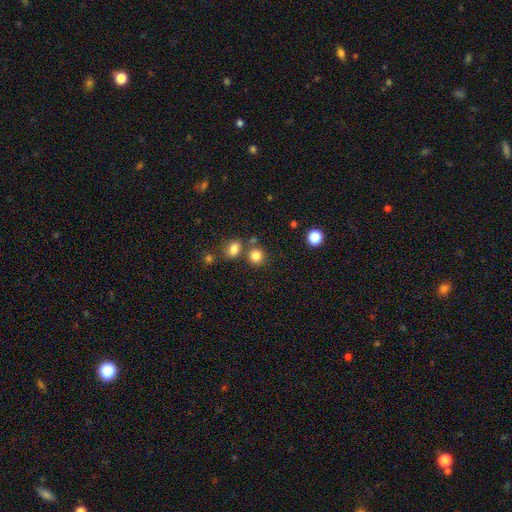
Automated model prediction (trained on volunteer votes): A smooth galaxy with no disk features (82%) that is round (83%).

Vote fractions:
- Smooth or featured? smooth: 82% / star or artifact: 12% / featured or disk: 6%
- How rounded? round: 83% / in between: 16% / cigar-shaped: 1%
- Merging? none: 70% / merger: 17% / minor disturbance: 9% / major disturbance: 3%